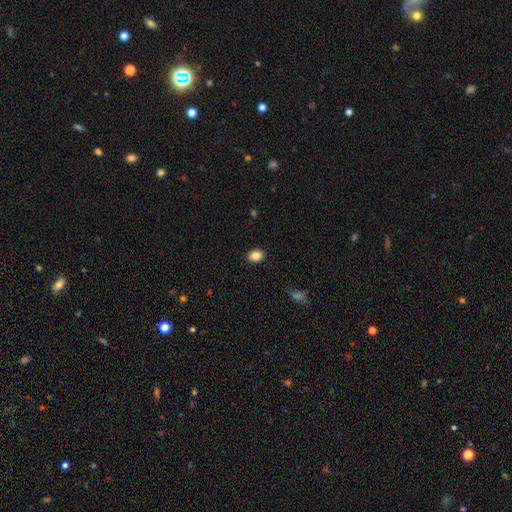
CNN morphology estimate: This appears to be a smooth galaxy with no disk features (87%) that is in between round and cigar-shaped (54%). Merging: none (90%).